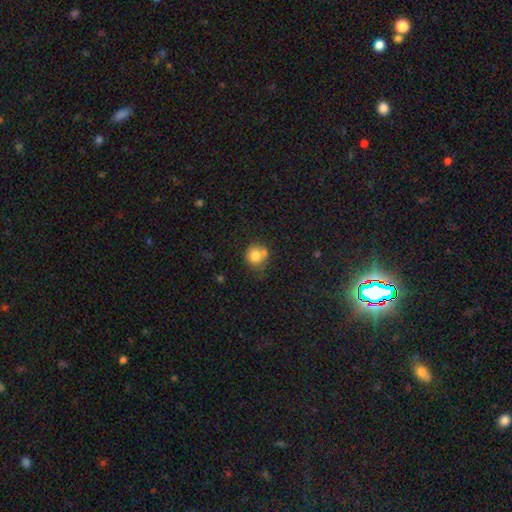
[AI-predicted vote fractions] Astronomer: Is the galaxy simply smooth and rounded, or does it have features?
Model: smooth — 77%.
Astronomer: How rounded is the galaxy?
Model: round — 86%.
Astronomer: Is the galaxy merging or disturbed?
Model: none — 51% (runner-up: merger, 29%).